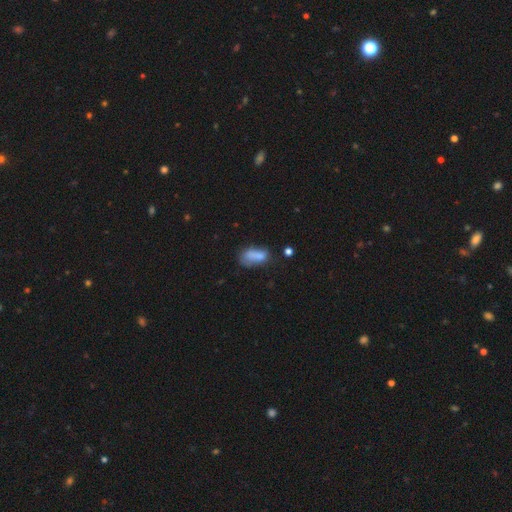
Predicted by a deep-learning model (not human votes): Q: Smooth or featured?
A: smooth (74%); runner-up: featured or disk (16%)
Q: How rounded?
A: in between (85%); runner-up: cigar-shaped (10%)
Q: Merging?
A: none (35%); runner-up: minor disturbance (28%)